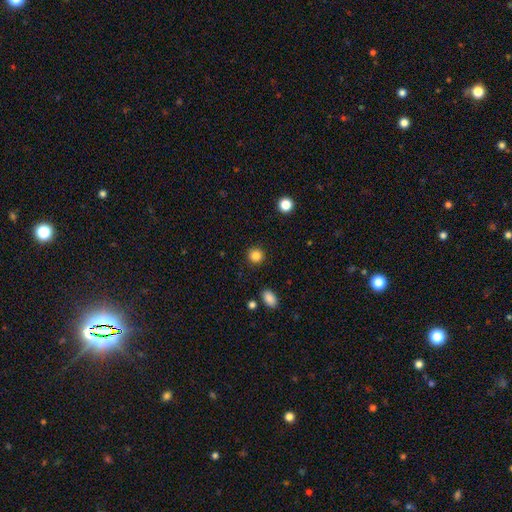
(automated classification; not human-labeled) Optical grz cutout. It shows a smooth galaxy with no disk features (86%) that is round (91%). Merging: none (91%).